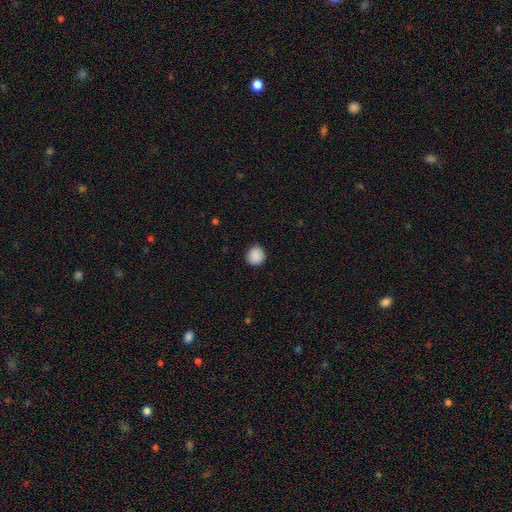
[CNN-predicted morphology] Smooth or featured? Predicted: smooth (p=0.89). How rounded? Predicted: round (p=0.92). Merging? Predicted: none (p=0.90).